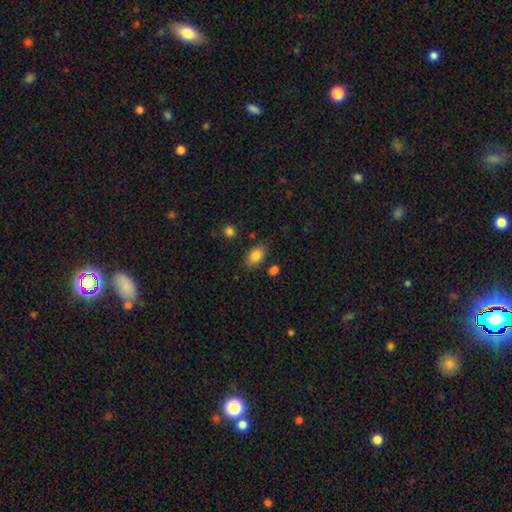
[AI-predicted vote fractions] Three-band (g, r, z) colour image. It shows a smooth galaxy with no disk features (85%) that is in between round and cigar-shaped (84%). Merging: none (78%).